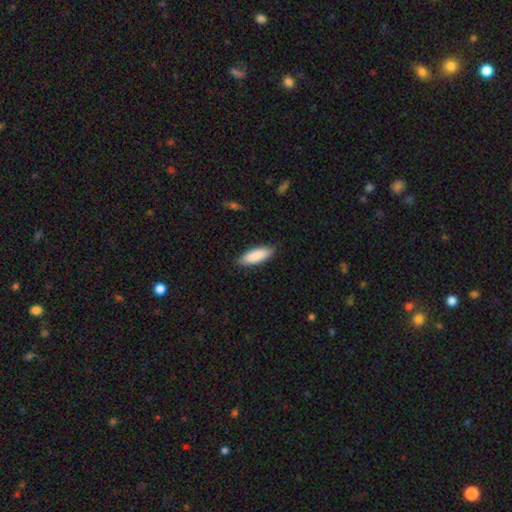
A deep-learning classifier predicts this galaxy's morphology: A smooth galaxy with no disk features (89%) that is in between round and cigar-shaped (68%). Merging: none (87%).